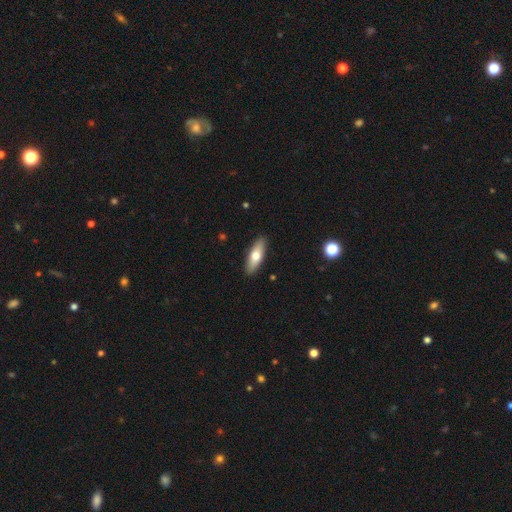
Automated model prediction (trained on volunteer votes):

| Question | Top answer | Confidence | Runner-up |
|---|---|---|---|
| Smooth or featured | smooth | 67% | featured or disk (27%) |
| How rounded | in between | 56% | cigar-shaped (42%) |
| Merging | none | 90% | minor disturbance (7%) |